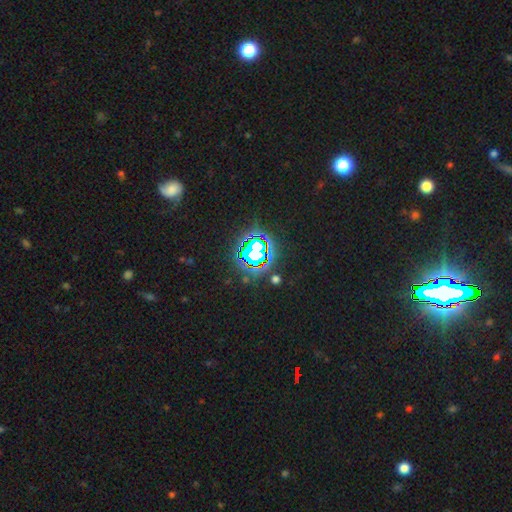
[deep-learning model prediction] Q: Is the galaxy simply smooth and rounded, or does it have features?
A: star or artifact — 73%.